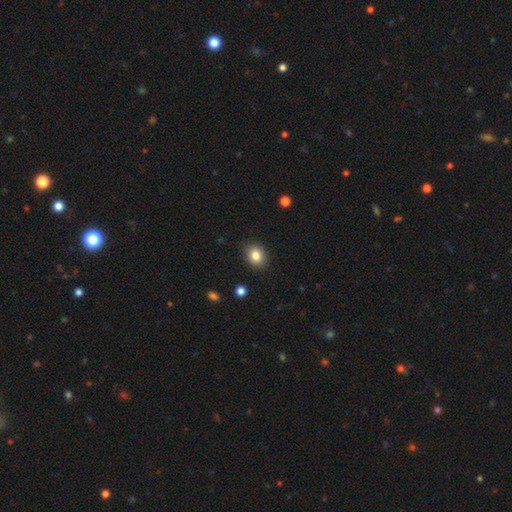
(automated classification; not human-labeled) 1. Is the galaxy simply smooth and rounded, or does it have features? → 83% smooth, 10% star or artifact, 7% featured or disk.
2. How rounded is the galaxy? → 57% round, 42% in between, 1% cigar-shaped.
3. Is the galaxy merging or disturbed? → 89% none, 8% minor disturbance, 2% major disturbance, 1% merger.